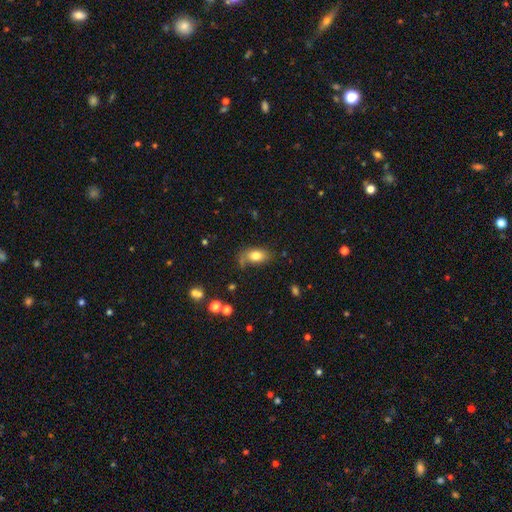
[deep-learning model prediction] Smooth or featured: smooth — 77% (featured or disk — 14%)
How rounded: in between — 88% (round — 9%)
Merging: none — 64% (minor disturbance — 23%)